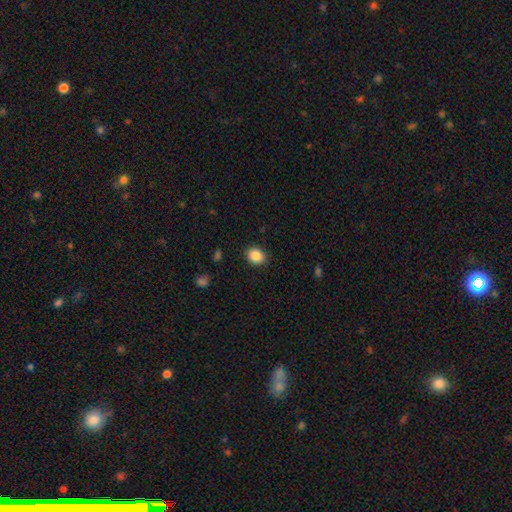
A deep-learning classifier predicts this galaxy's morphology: smooth_or_featured: smooth (p=0.87) [alt: star or artifact p=0.09]
how_rounded: round (p=0.53) [alt: in between p=0.46]
merging: none (p=0.89) [alt: minor disturbance p=0.07]